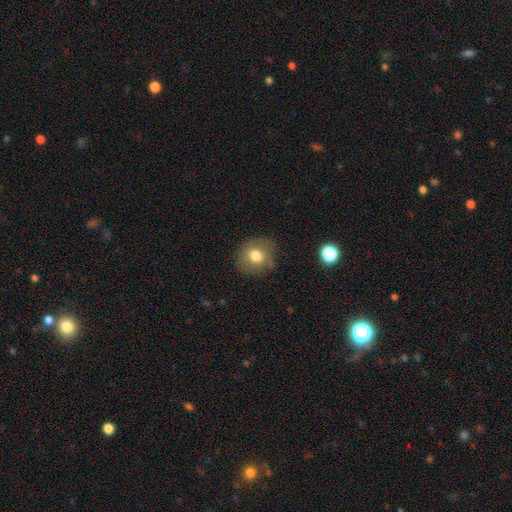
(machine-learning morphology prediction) Smooth or featured: smooth — 77% (featured or disk — 12%)
How rounded: round — 80% (in between — 19%)
Merging: none — 75% (minor disturbance — 18%)